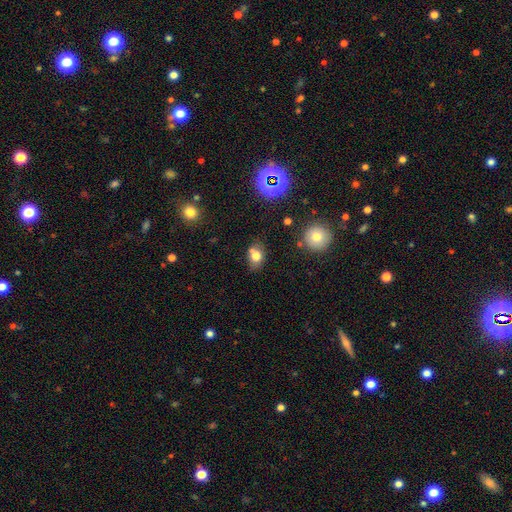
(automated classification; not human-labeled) The model was most divided on "how rounded": in between: 61%, round: 37%, cigar-shaped: 1%. More confident: smooth or featured — smooth (74%); merging — none (58%).